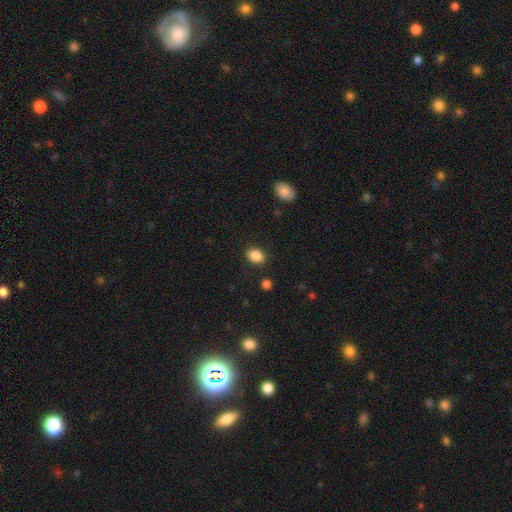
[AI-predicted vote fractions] This appears to be a smooth galaxy with no disk features (87%) that is in between round and cigar-shaped (72%). Merging: none (87%).